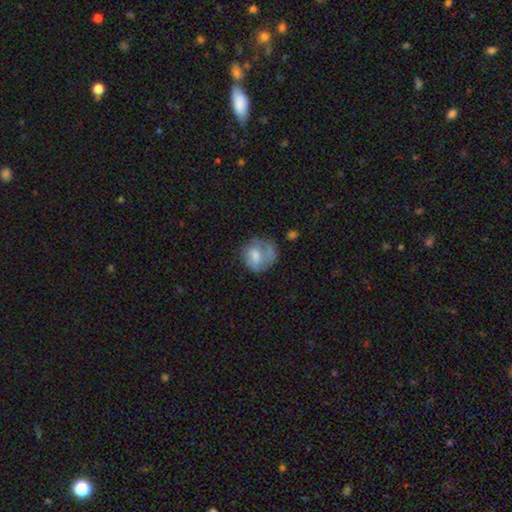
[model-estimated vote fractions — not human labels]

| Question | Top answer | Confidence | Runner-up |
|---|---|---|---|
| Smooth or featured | smooth | 51% | featured or disk (41%) |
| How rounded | round | 69% | in between (29%) |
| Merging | none | 45% | minor disturbance (26%) |